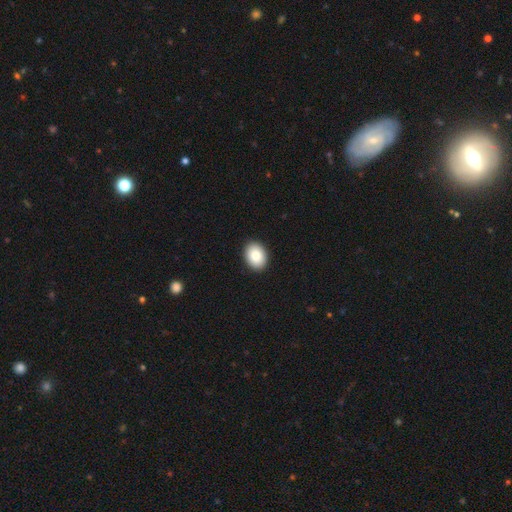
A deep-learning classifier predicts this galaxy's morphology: A smooth galaxy with no disk features (85%) that is in between round and cigar-shaped (73%).

Vote fractions:
- Smooth or featured? smooth: 85% / featured or disk: 7% / star or artifact: 7%
- How rounded? in between: 73% / round: 26% / cigar-shaped: 1%
- Merging? none: 92% / minor disturbance: 6% / major disturbance: 2% / merger: 1%